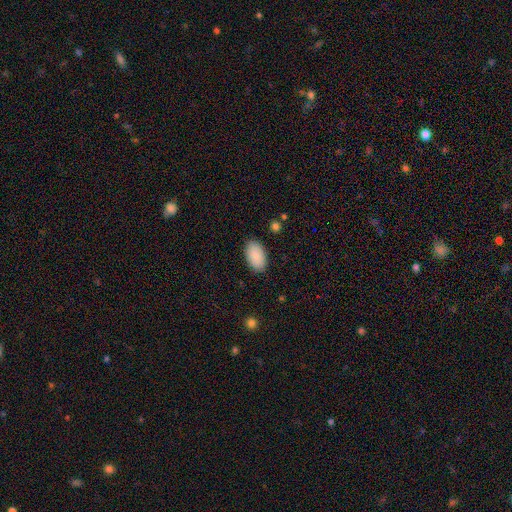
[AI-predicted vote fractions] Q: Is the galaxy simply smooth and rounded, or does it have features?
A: smooth — 90%.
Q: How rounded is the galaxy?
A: in between — 95%.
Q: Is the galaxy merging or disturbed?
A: none — 87%.